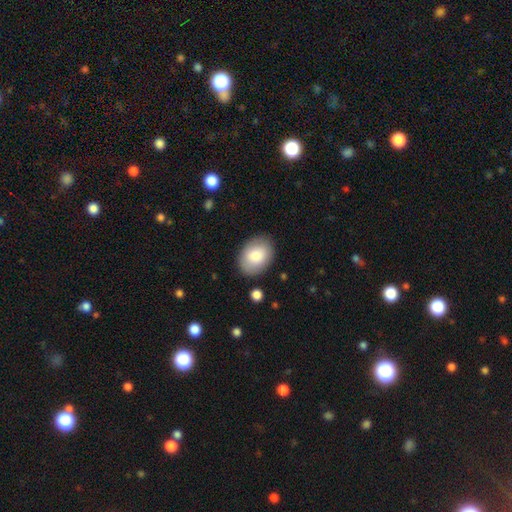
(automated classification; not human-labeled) smooth 82%, featured or disk 12%, star or artifact 6%. Down the decision tree: how rounded — in between (77%); merging — none (85%).